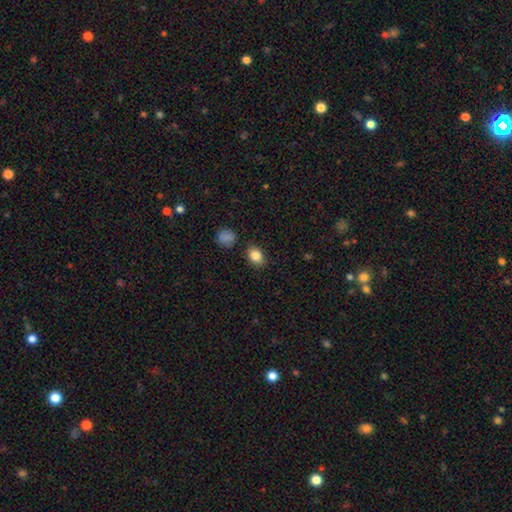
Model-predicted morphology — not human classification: type=smooth (85%); roundness=in between (62%); merging=none (84%).